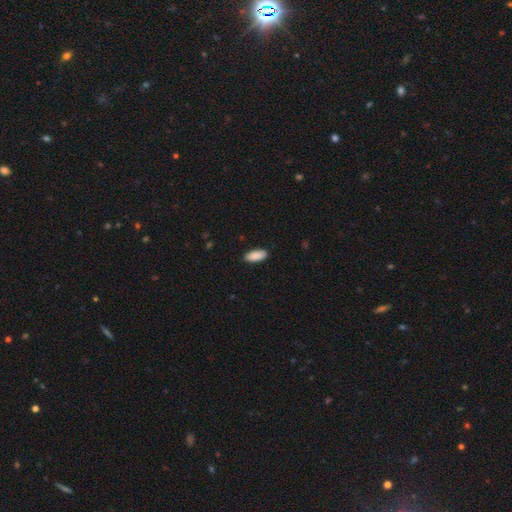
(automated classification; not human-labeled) Smooth or featured? smooth (91%)
How rounded? in between (88%)
Merging? none (88%)